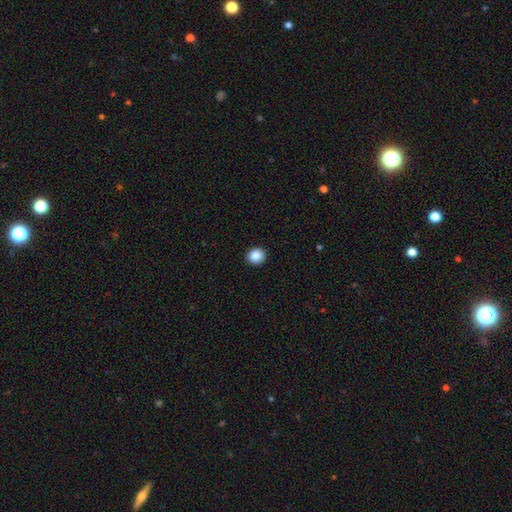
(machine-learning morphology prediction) A smooth galaxy with no disk features (87%) that is round (80%). Merging: none (92%).